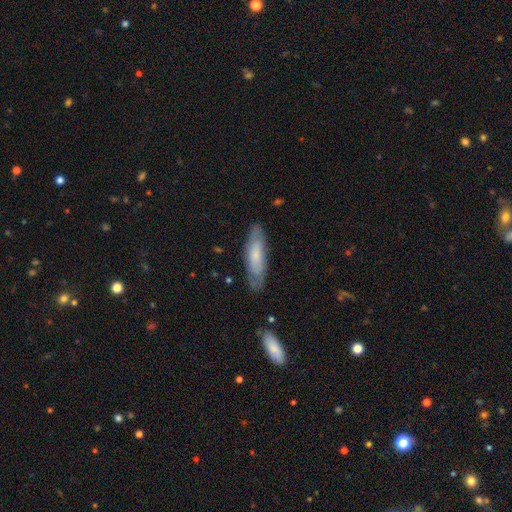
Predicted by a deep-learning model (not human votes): smooth 57%, featured or disk 37%, star or artifact 6%. Down the decision tree: how rounded — cigar-shaped (58%); merging — none (77%).